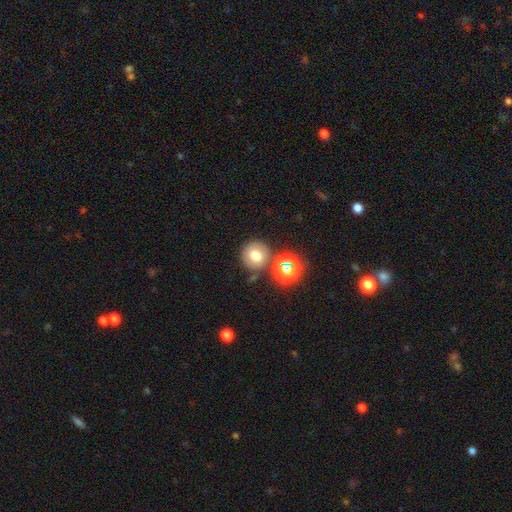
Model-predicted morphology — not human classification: Smooth or featured?
  - smooth: 70% *
  - star or artifact: 16%
  - featured or disk: 13%
How rounded?
  - round: 92% *
  - in between: 7%
  - cigar-shaped: 1%
Merging?
  - none: 75% *
  - merger: 12%
  - minor disturbance: 9%
  - major disturbance: 4%